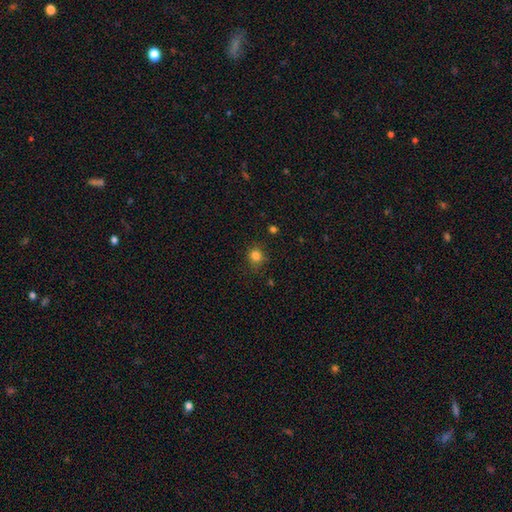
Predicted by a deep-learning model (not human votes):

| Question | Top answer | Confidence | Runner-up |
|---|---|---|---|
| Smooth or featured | smooth | 82% | star or artifact (13%) |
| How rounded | round | 80% | in between (19%) |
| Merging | none | 80% | minor disturbance (15%) |